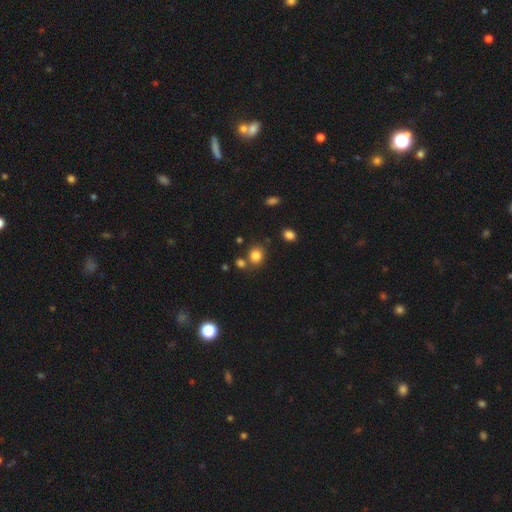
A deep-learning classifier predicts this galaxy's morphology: The model was most divided on "how rounded": round: 74%, in between: 25%, cigar-shaped: 1%. More confident: smooth or featured — smooth (82%); merging — none (71%).